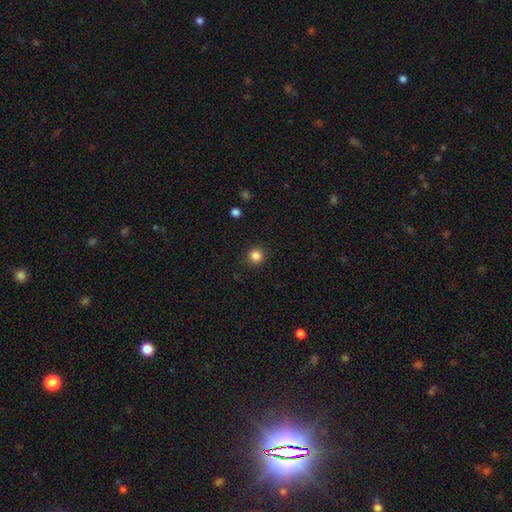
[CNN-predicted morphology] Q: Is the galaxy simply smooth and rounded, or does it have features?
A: smooth — 85%.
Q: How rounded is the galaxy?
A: round — 93%.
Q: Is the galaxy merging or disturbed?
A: none — 90%.